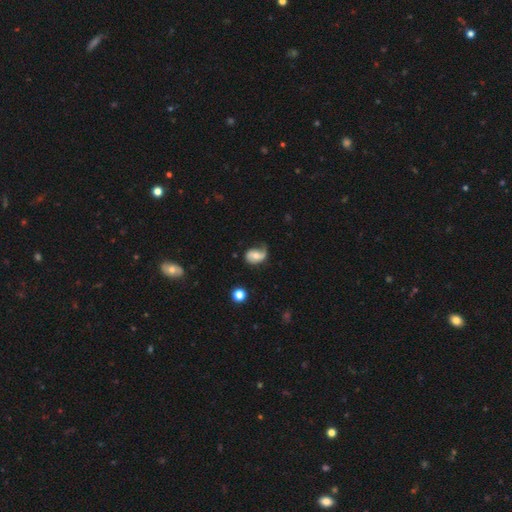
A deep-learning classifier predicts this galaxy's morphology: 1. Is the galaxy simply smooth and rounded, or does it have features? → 61% featured or disk, 31% smooth, 8% star or artifact.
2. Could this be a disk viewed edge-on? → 97% no, 3% yes.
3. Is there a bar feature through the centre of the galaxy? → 56% no, 33% weak, 11% strong.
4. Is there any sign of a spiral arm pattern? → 85% yes, 15% no.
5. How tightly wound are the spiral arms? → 50% loose, 32% medium, 18% tight.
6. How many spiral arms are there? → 53% 2, 37% 1, 7% can't tell, 1% 3, 1% 4, 1% more than 4.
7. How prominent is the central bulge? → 58% moderate, 33% small, 4% large, 3% none, 1% dominant.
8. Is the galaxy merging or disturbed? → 45% none, 33% minor disturbance, 20% major disturbance, 2% merger.